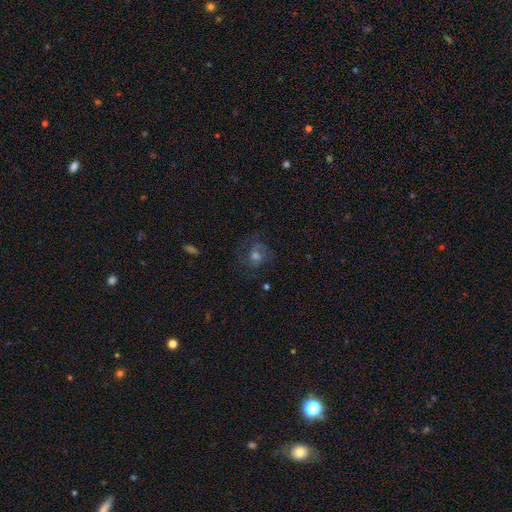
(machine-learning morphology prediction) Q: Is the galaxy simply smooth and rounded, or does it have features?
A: featured or disk — 57%.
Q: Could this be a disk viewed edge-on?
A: no — 97%.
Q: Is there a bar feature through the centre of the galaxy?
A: no — 63%.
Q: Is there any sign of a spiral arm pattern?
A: yes — 84%.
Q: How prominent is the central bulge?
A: moderate — 58%.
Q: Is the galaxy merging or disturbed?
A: none — 68%.